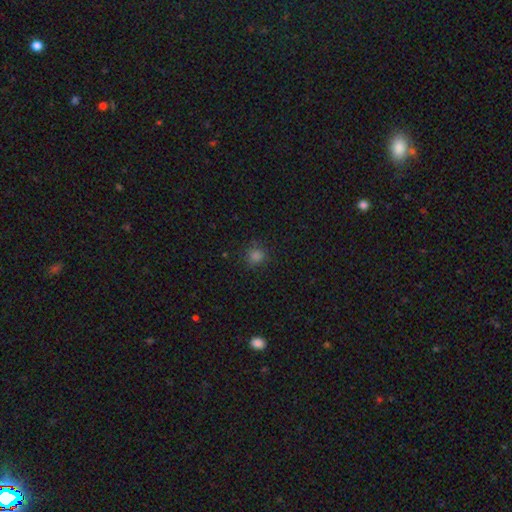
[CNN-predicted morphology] A smooth galaxy with no disk features (77%) that is round (85%).

Vote fractions:
- Smooth or featured? smooth: 77% / star or artifact: 19% / featured or disk: 4%
- How rounded? round: 85% / in between: 14% / cigar-shaped: 1%
- Merging? none: 83% / minor disturbance: 12% / major disturbance: 3% / merger: 2%